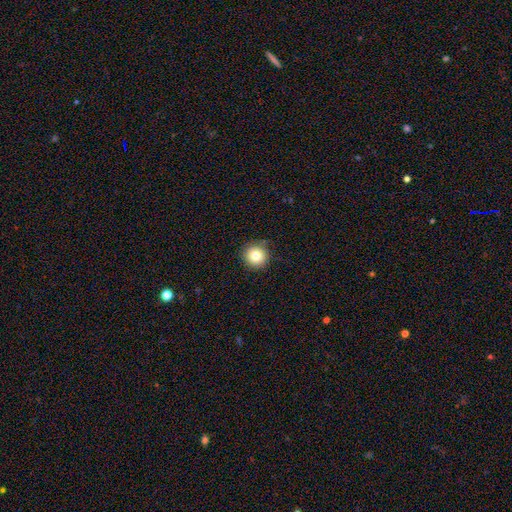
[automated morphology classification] smooth 79%, star or artifact 11%, featured or disk 10%. Down the decision tree: how rounded — round (95%); merging — none (88%).